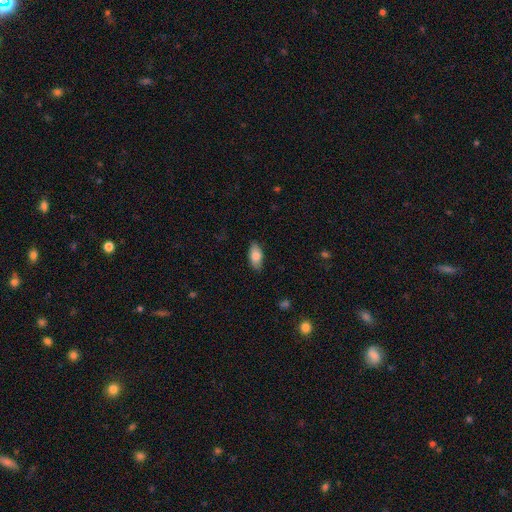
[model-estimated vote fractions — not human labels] This is clearly a smooth galaxy (81%). How rounded: clearly in between (89%). Merging: clearly none (84%).